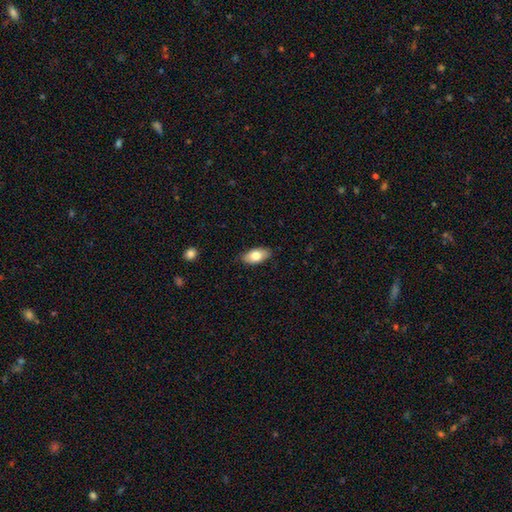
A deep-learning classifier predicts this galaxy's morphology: type=smooth (78%); roundness=in between (92%); merging=none (86%).